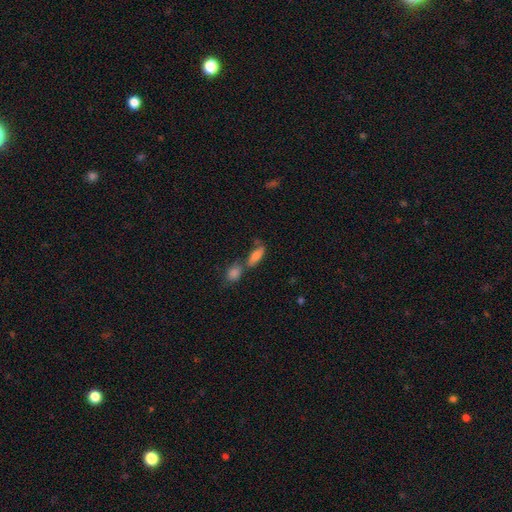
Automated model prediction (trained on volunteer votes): This is likely a smooth galaxy (65%). How rounded: likely in between (64%). Merging: possibly merger (47%).